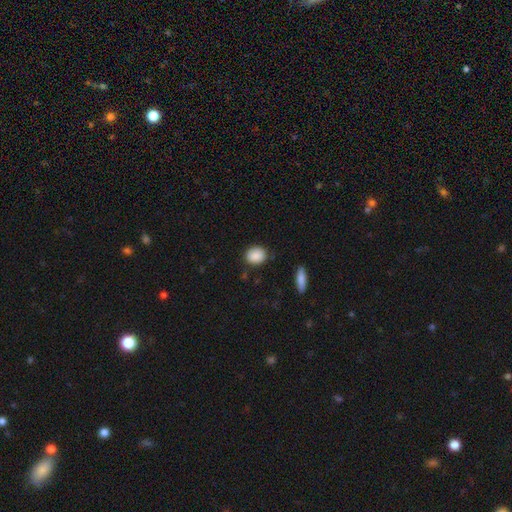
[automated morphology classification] Overall: smooth (89%). How rounded: round (51%; in between 48%). Merging: none (85%).